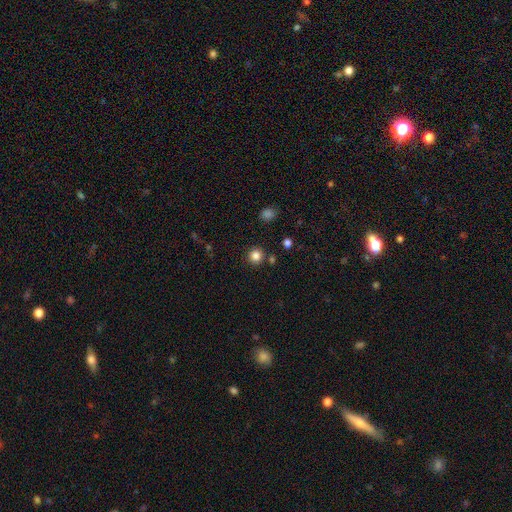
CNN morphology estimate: A smooth galaxy with no disk features (83%) that is round (93%). Merging: none (87%).